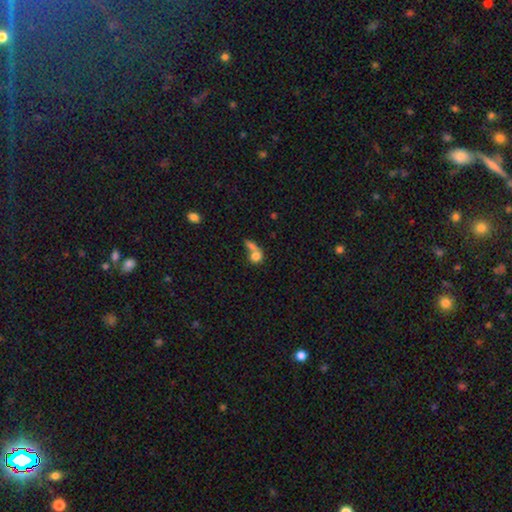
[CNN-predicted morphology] This appears to be a smooth galaxy with no disk features (71%) that is round (67%). Merging: merger (52%).